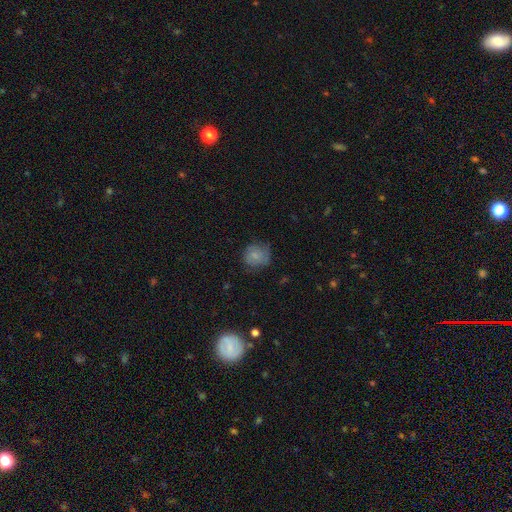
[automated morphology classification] Smooth or featured? smooth (74%)
How rounded? round (80%)
Merging? none (61%)